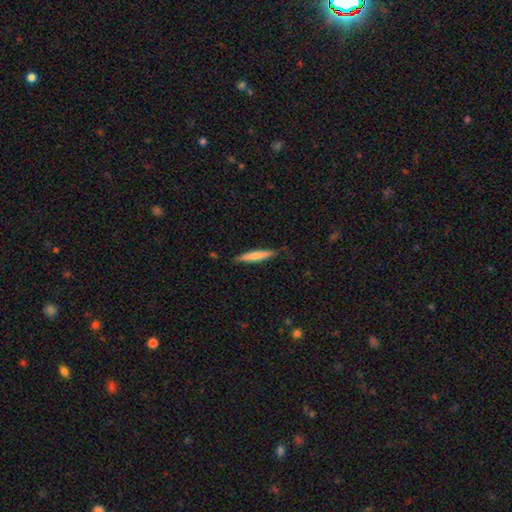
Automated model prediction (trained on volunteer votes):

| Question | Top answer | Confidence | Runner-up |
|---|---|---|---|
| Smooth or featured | smooth | 72% | featured or disk (23%) |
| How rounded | cigar-shaped | 91% | in between (8%) |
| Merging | none | 85% | minor disturbance (11%) |